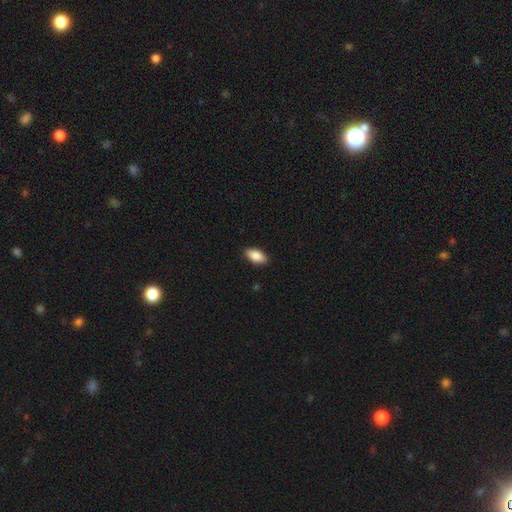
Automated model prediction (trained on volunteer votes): This is clearly a smooth galaxy (88%). How rounded: clearly in between (92%). Merging: clearly none (88%).